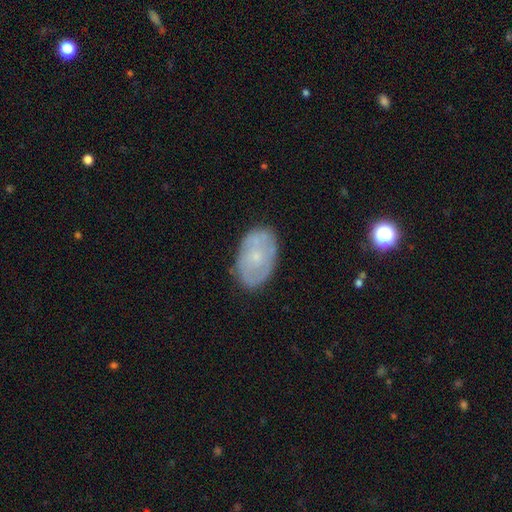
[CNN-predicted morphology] Overall: featured or disk (50%; smooth 42%). Merging: none (79%).